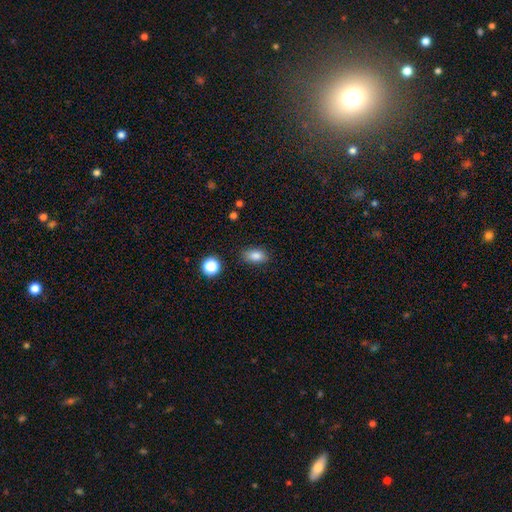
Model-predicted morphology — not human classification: Smooth or featured?
  - smooth: 84% *
  - star or artifact: 10%
  - featured or disk: 6%
How rounded?
  - in between: 84% *
  - round: 13%
  - cigar-shaped: 3%
Merging?
  - none: 83% *
  - minor disturbance: 12%
  - major disturbance: 3%
  - merger: 2%